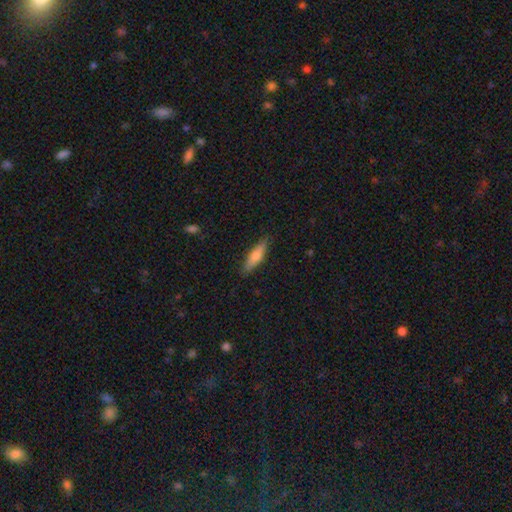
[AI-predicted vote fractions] A smooth galaxy with no disk features (71%) that is cigar-shaped (69%).

Vote fractions:
- Smooth or featured? smooth: 71% / featured or disk: 23% / star or artifact: 6%
- How rounded? cigar-shaped: 69% / in between: 30% / round: 2%
- Merging? none: 86% / minor disturbance: 11% / major disturbance: 2% / merger: 1%